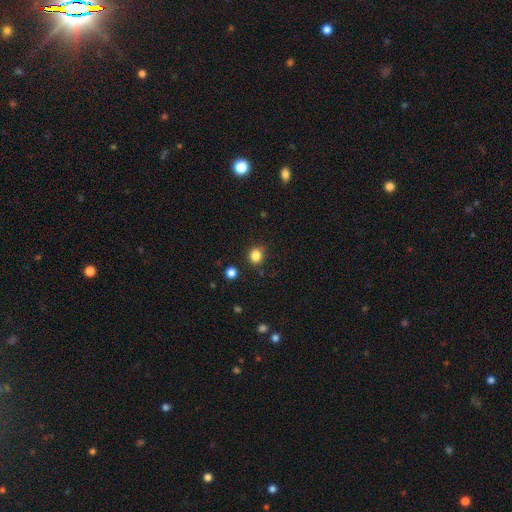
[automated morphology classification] smooth 84%, star or artifact 12%, featured or disk 4%. Down the decision tree: how rounded — round (78%); merging — none (85%).